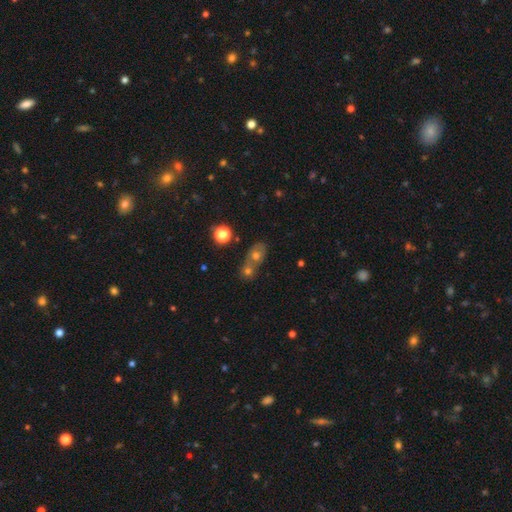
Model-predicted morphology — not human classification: Smooth or featured? Predicted: smooth (p=0.59). How rounded? Predicted: in between (p=0.54). Merging? Predicted: merger (p=0.54).